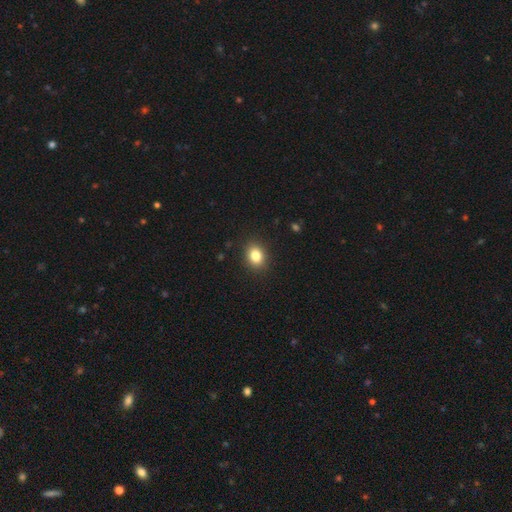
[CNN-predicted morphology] smooth-or-featured: smooth: 83% | star or artifact: 10% | featured or disk: 7%
  how-rounded: in between: 51% | round: 48% | cigar-shaped: 1%
  merging: none: 90% | minor disturbance: 7% | major disturbance: 2% | merger: 1%